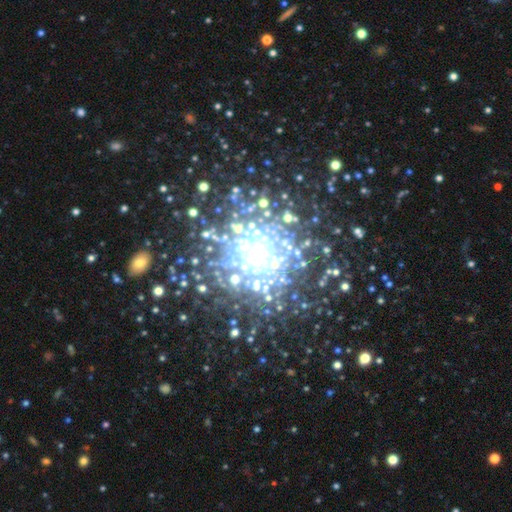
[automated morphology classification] The model was most divided on "smooth or featured": star or artifact: 47%, featured or disk: 38%, smooth: 15%.